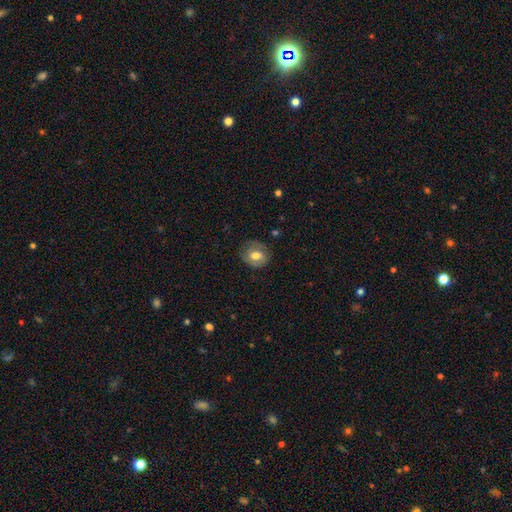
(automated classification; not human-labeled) Q: Smooth or featured?
A: smooth (58%); runner-up: featured or disk (34%)
Q: How rounded?
A: round (66%); runner-up: in between (33%)
Q: Merging?
A: none (73%); runner-up: minor disturbance (19%)